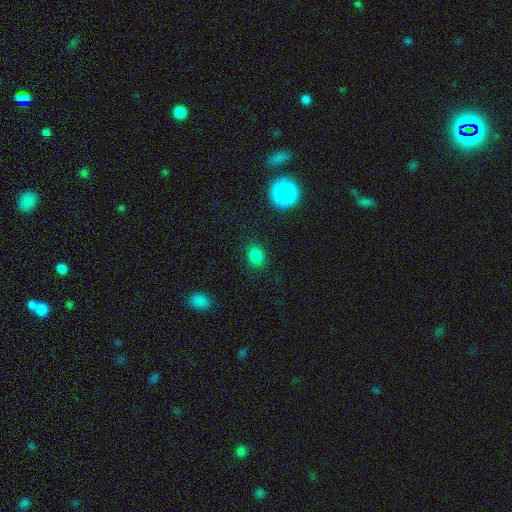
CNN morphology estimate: The model was most divided on "how rounded": round: 50%, in between: 49%, cigar-shaped: 1%. More confident: merging — none (86%); smooth or featured — smooth (82%).